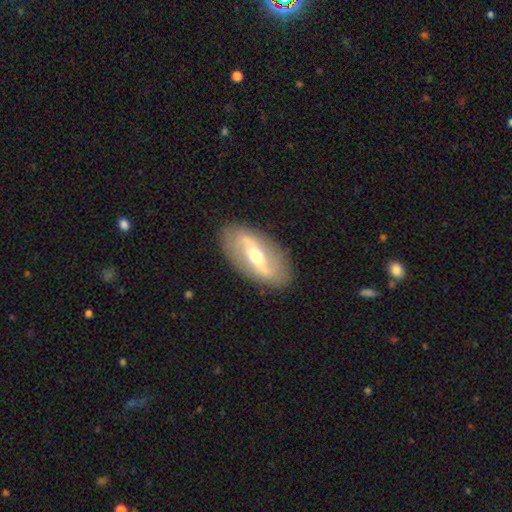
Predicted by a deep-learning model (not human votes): Morphology: type=featured or disk (72%); edge-on=no (85%); bar=strong (52%); spiral arms=yes (57%); bulge=moderate (71%); merging=none (87%).